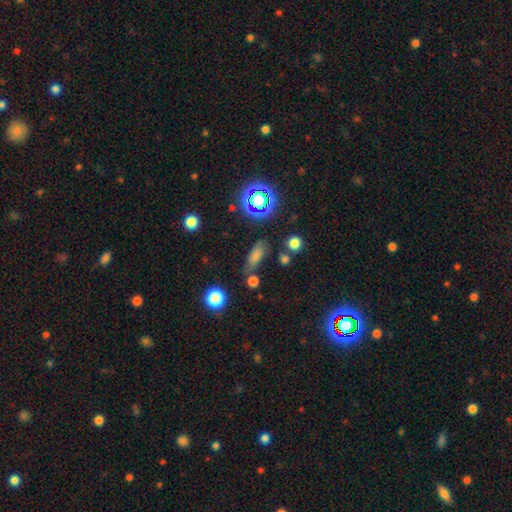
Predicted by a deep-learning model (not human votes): Q: Smooth or featured?
A: smooth (69%); runner-up: star or artifact (18%)
Q: How rounded?
A: in between (64%); runner-up: cigar-shaped (27%)
Q: Merging?
A: none (65%); runner-up: minor disturbance (19%)